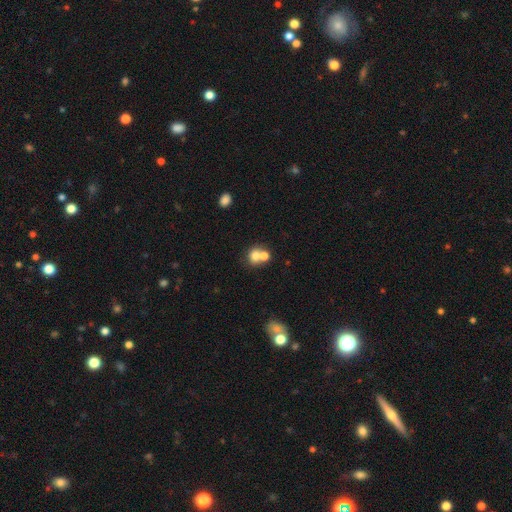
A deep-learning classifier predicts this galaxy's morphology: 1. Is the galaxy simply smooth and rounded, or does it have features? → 73% smooth, 16% featured or disk, 11% star or artifact.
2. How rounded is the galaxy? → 74% round, 25% in between, 1% cigar-shaped.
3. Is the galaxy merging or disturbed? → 54% merger, 36% none, 6% minor disturbance, 3% major disturbance.